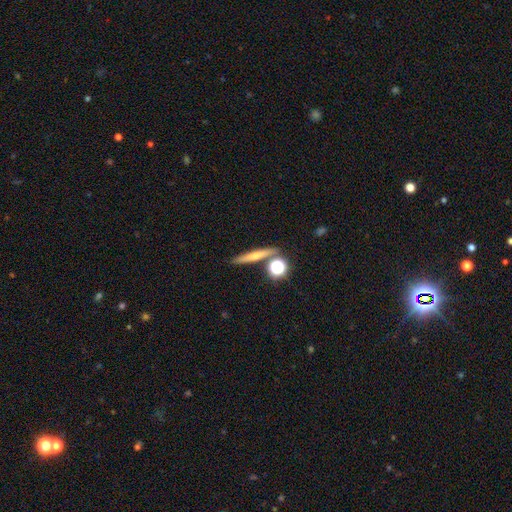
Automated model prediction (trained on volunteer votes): Q: Smooth or featured?
A: smooth (54%); runner-up: featured or disk (34%)
Q: How rounded?
A: cigar-shaped (75%); runner-up: round (14%)
Q: Merging?
A: none (78%); runner-up: merger (11%)